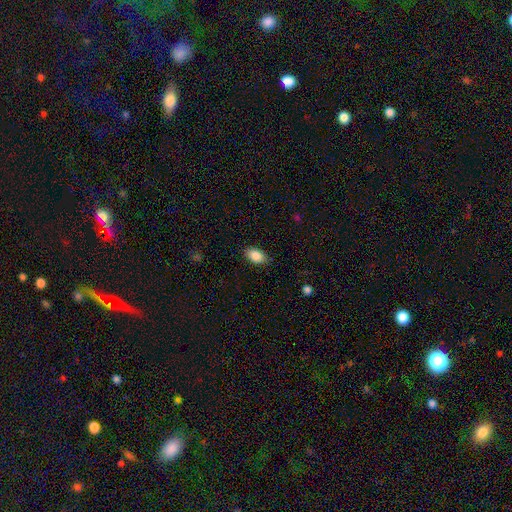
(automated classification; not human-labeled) Smooth or featured: smooth — 87% (star or artifact — 7%)
How rounded: in between — 91% (round — 8%)
Merging: none — 86% (minor disturbance — 11%)